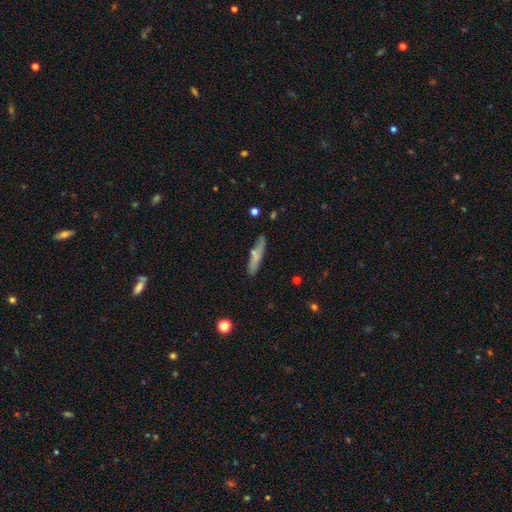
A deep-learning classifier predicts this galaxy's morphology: This appears to be a smooth galaxy with no disk features (65%) that is cigar-shaped (84%). Merging: none (77%).